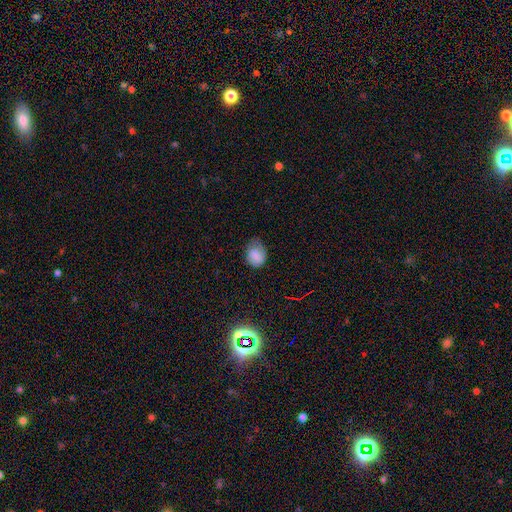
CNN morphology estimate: Q: Smooth or featured?
A: smooth (80%); runner-up: featured or disk (10%)
Q: How rounded?
A: in between (57%); runner-up: round (42%)
Q: Merging?
A: none (47%); runner-up: minor disturbance (39%)